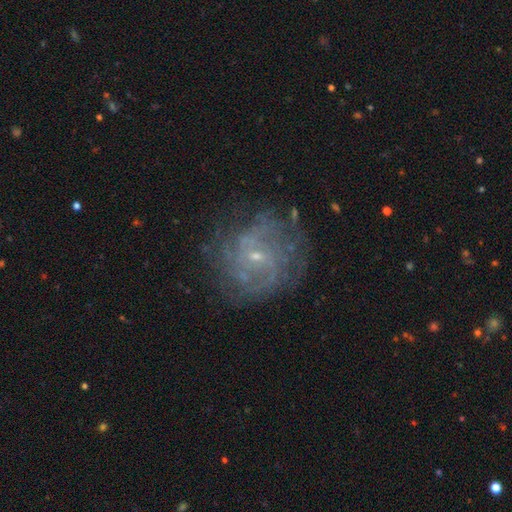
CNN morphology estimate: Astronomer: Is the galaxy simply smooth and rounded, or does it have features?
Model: featured or disk — 78%.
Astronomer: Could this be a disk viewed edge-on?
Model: no — 97%.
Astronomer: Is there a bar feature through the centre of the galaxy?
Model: no — 49% (runner-up: weak, 43%).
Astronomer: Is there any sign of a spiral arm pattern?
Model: yes — 84%.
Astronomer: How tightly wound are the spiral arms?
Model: tight — 49% (runner-up: medium, 37%).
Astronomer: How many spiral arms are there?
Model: can't tell — 46%.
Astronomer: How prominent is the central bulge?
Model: small — 80%.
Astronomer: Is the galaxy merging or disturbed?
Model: none — 71%.